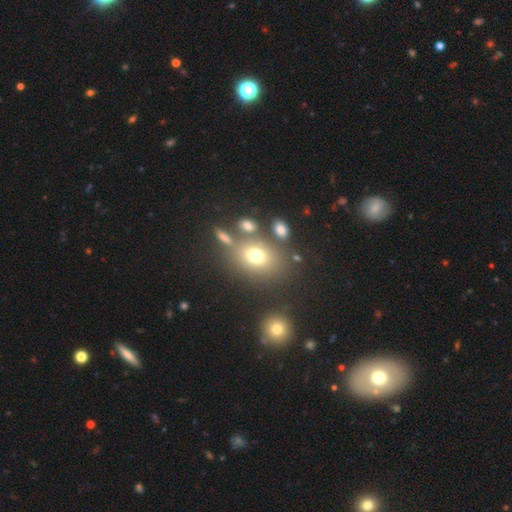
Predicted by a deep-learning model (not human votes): Overall: smooth (71%). How rounded: in between (52%; round 47%). Merging: none (67%).